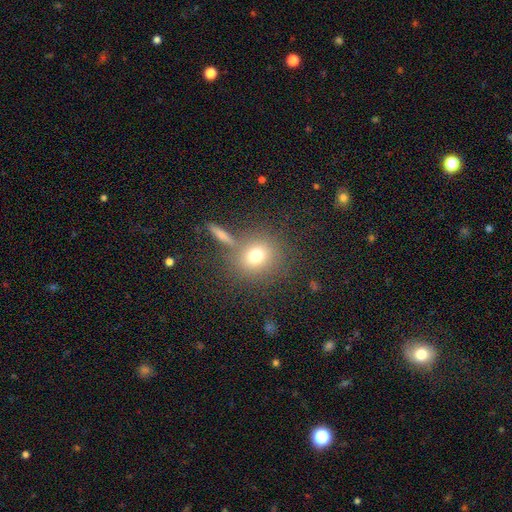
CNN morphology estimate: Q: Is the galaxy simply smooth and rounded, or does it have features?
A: smooth — 74%.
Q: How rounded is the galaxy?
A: round — 82%.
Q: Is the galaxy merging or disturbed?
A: none — 73%.